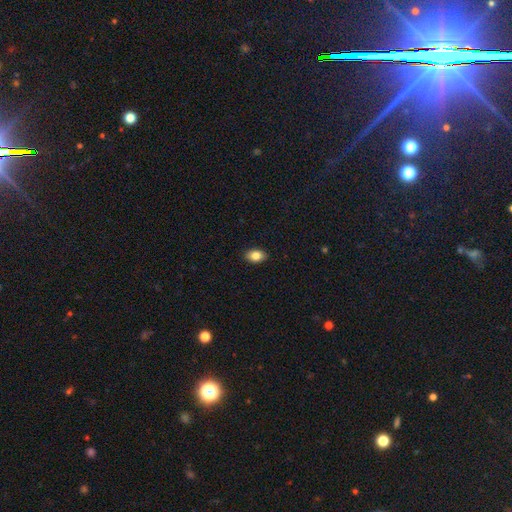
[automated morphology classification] smooth 85%, star or artifact 8%, featured or disk 7%. Down the decision tree: how rounded — in between (84%); merging — none (90%).